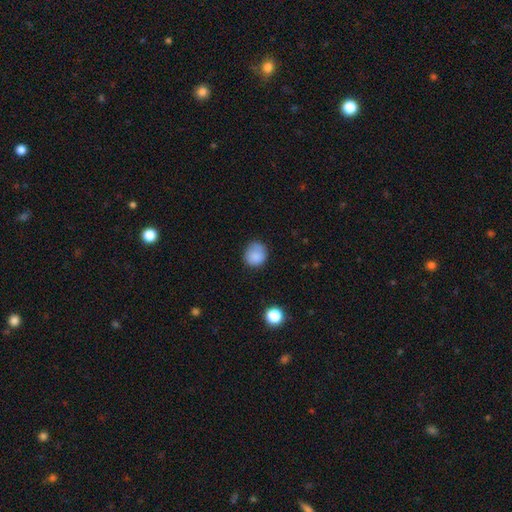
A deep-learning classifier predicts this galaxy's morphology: A smooth galaxy with no disk features (84%) that is round (82%).

Vote fractions:
- Smooth or featured? smooth: 84% / star or artifact: 9% / featured or disk: 6%
- How rounded? round: 82% / in between: 17% / cigar-shaped: 1%
- Merging? none: 70% / minor disturbance: 22% / major disturbance: 6% / merger: 2%